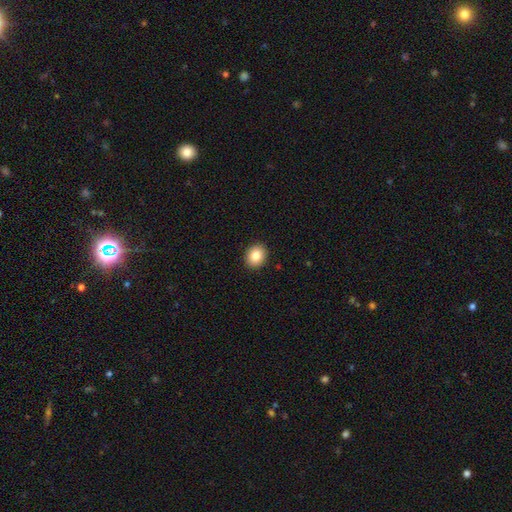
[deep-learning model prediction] This appears to be a smooth galaxy with no disk features (84%) that is round (64%). Merging: none (92%).